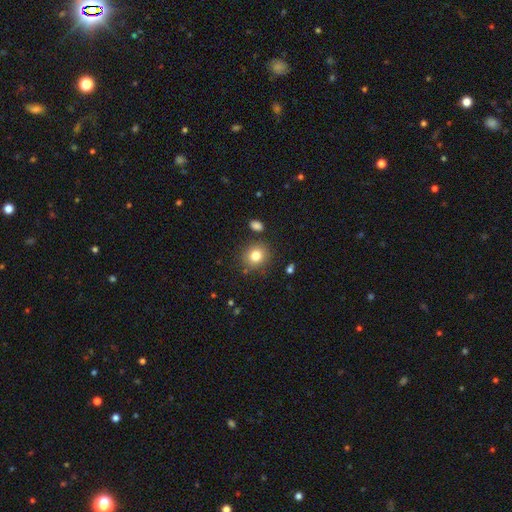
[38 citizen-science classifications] A smooth galaxy with no disk features (87%) that is round (85%). Merging: none (83%).